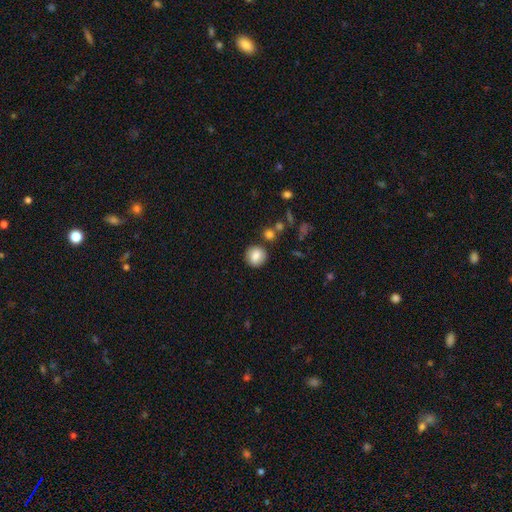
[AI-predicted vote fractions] Smooth or featured? smooth (84%)
How rounded? round (89%)
Merging? none (84%)